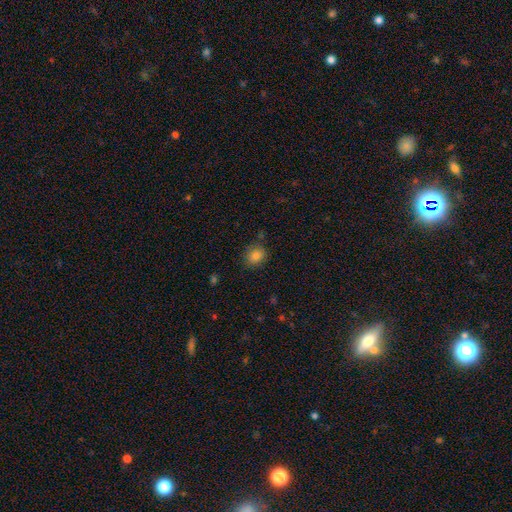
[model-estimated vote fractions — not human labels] A smooth galaxy with no disk features (83%) that is round (65%). Merging: none (78%).